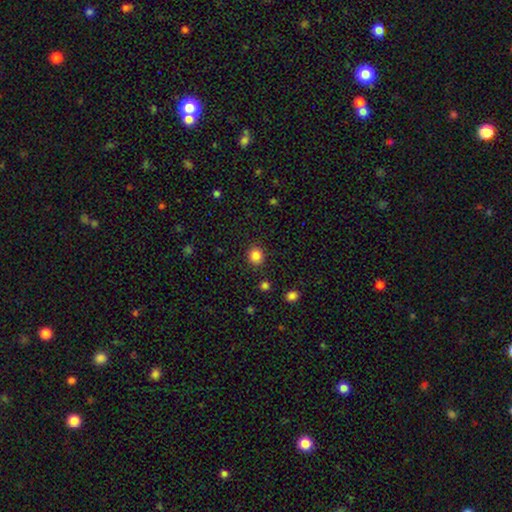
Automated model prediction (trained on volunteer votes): Smooth or featured? Predicted: smooth (p=0.85). How rounded? Predicted: round (p=0.86). Merging? Predicted: none (p=0.89).